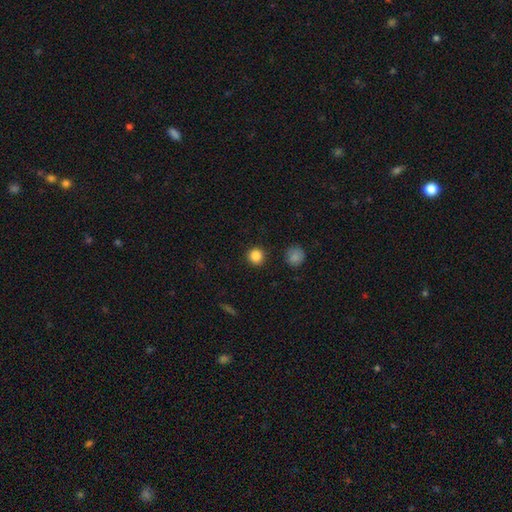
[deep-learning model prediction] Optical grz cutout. It shows a smooth galaxy with no disk features (86%) that is round (94%). Merging: none (91%).